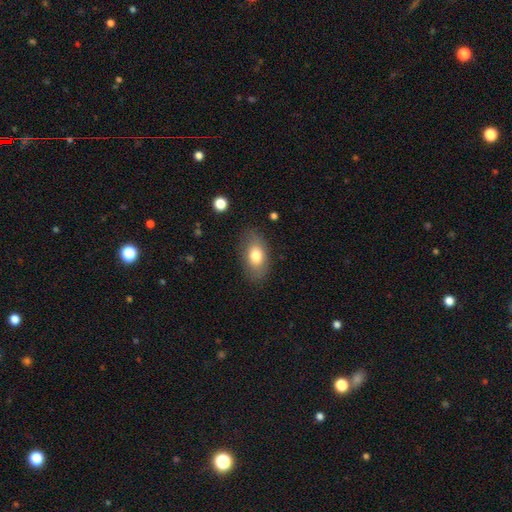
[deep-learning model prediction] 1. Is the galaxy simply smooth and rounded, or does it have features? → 76% smooth, 17% featured or disk, 7% star or artifact.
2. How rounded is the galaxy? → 89% in between, 7% round, 3% cigar-shaped.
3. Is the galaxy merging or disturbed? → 81% none, 13% minor disturbance, 4% major disturbance, 1% merger.